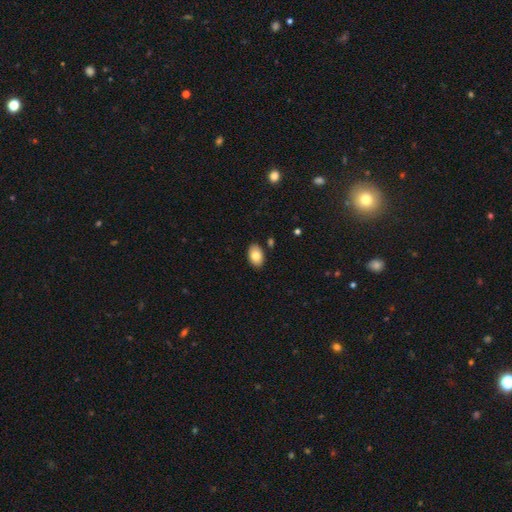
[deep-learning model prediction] Overall: smooth (82%). How rounded: in between (89%). Merging: none (87%).